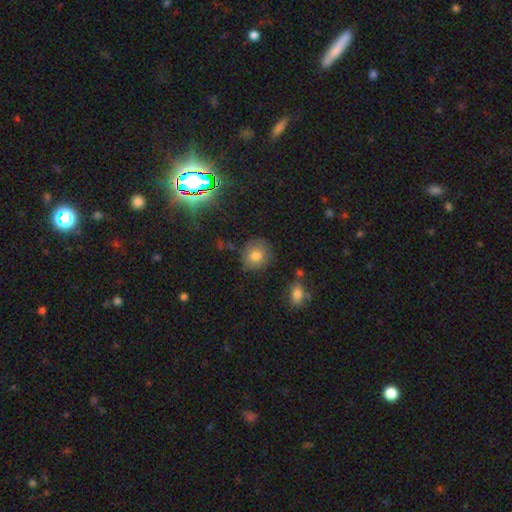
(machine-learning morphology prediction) smooth-or-featured: smooth: 78% | star or artifact: 12% | featured or disk: 10%
  how-rounded: round: 84% | in between: 15% | cigar-shaped: 1%
  merging: none: 79% | minor disturbance: 14% | major disturbance: 4% | merger: 3%